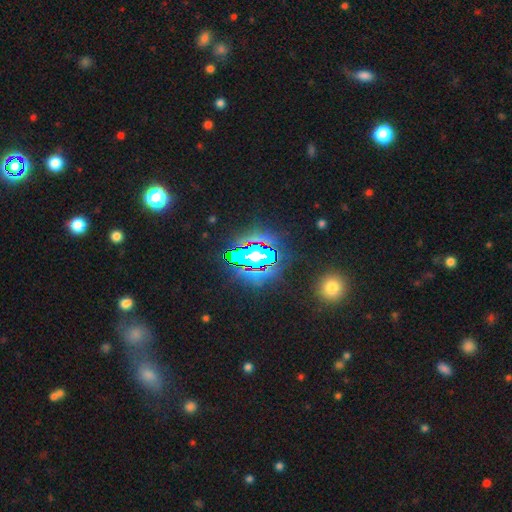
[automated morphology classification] smooth-or-featured: star or artifact: 69% | smooth: 17% | featured or disk: 14%